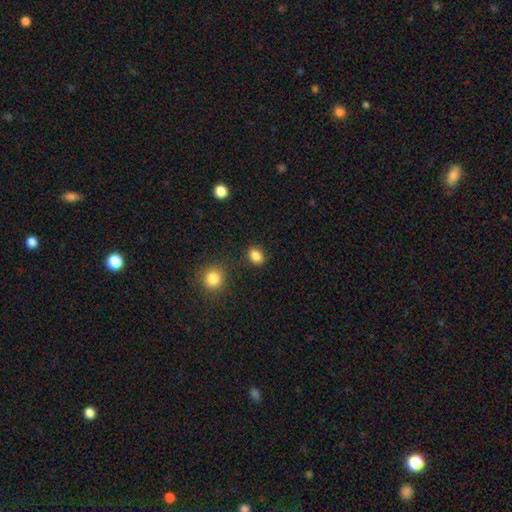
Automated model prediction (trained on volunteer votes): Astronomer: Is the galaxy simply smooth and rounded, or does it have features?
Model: smooth — 85%.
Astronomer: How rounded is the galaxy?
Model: in between — 55% (runner-up: round, 44%).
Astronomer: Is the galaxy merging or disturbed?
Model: none — 85%.